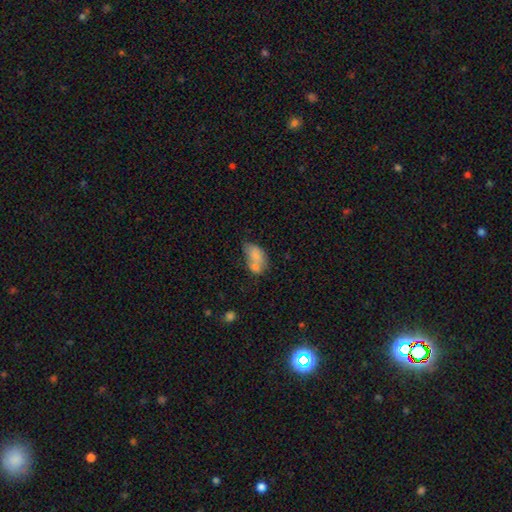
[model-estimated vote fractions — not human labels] smooth-or-featured: smooth: 72% | featured or disk: 20% | star or artifact: 8%
  how-rounded: in between: 86% | round: 12% | cigar-shaped: 2%
  merging: merger: 53% | none: 25% | minor disturbance: 15% | major disturbance: 8%